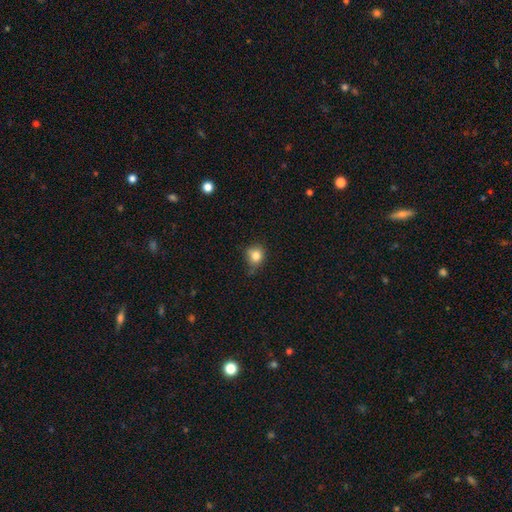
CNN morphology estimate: type=smooth (81%); roundness=round (78%); merging=none (61%).